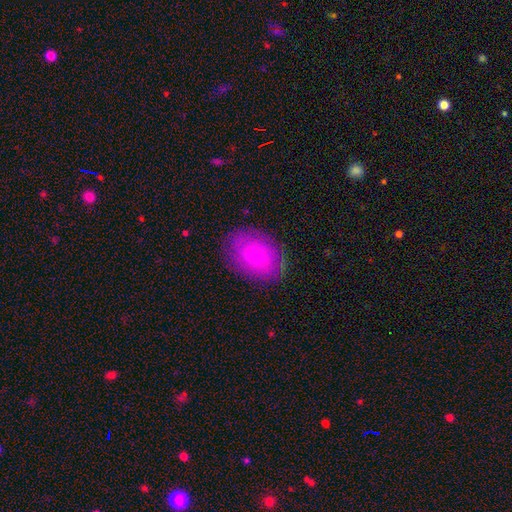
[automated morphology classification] This is likely a smooth galaxy (62%). How rounded: likely in between (80%). Merging: clearly none (83%).